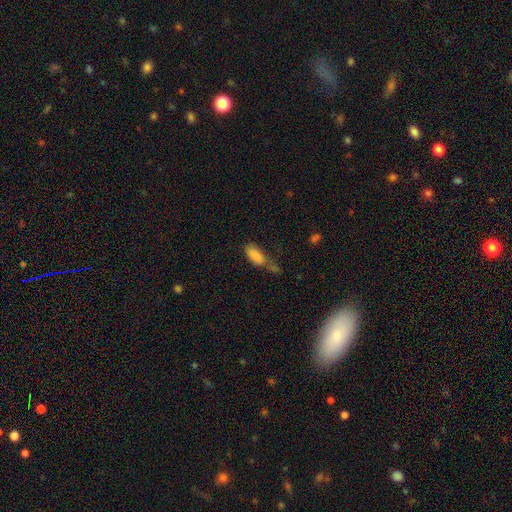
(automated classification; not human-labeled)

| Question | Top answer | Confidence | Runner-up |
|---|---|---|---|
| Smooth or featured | smooth | 83% | star or artifact (9%) |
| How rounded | in between | 83% | cigar-shaped (15%) |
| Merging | none | 30% | merger (29%) |